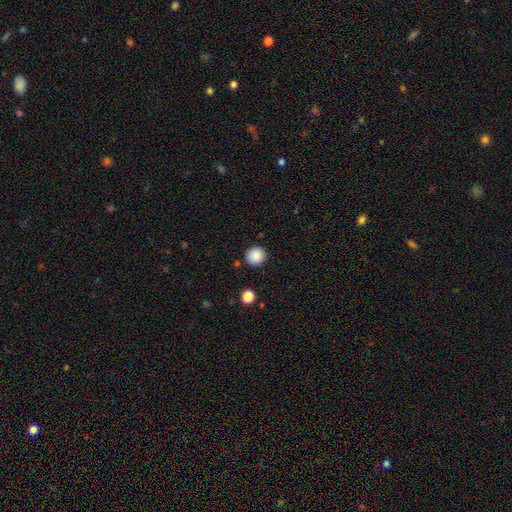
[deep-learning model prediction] Morphology: type=smooth (88%); roundness=round (92%); merging=none (89%).